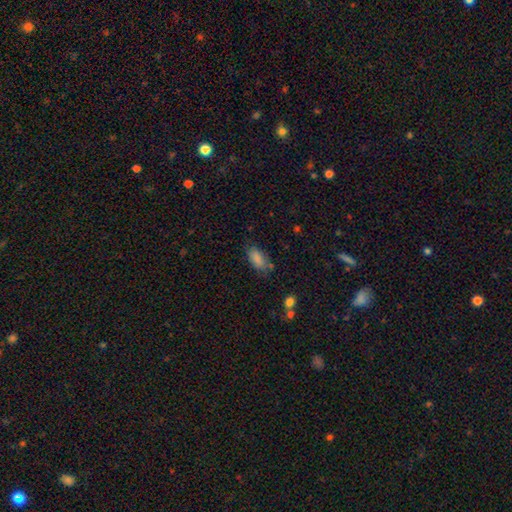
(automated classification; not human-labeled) Overall: smooth (77%). How rounded: in between (87%). Merging: none (74%).